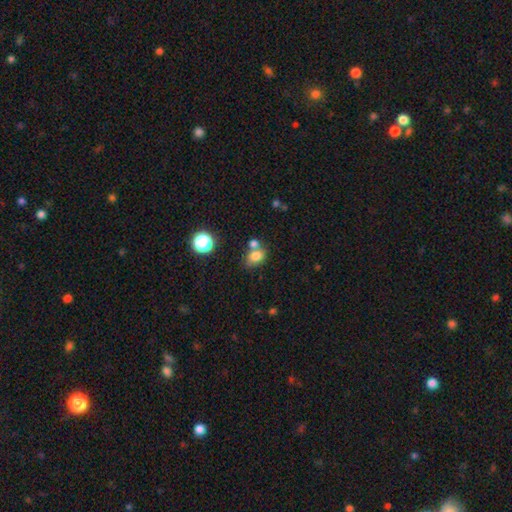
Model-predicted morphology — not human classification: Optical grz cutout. It shows a smooth galaxy with no disk features (79%) that is in between round and cigar-shaped (65%). Merging: none (46%).